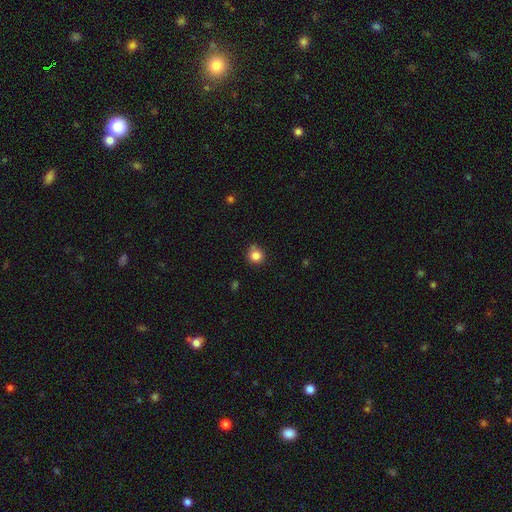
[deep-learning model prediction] Overall: smooth (83%). How rounded: round (91%). Merging: none (75%).